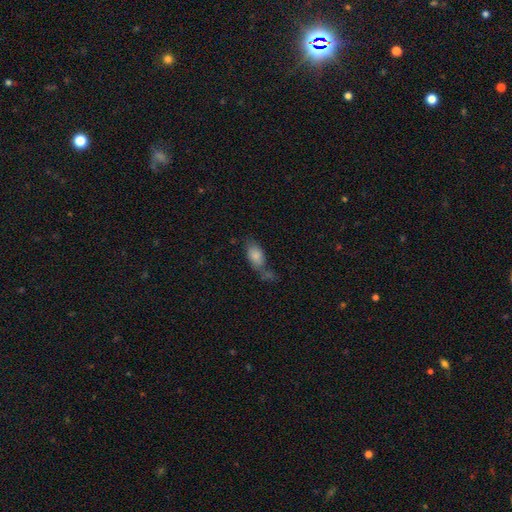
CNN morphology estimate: This is likely a smooth galaxy (80%). How rounded: clearly in between (89%). Merging: marginally none (41%).